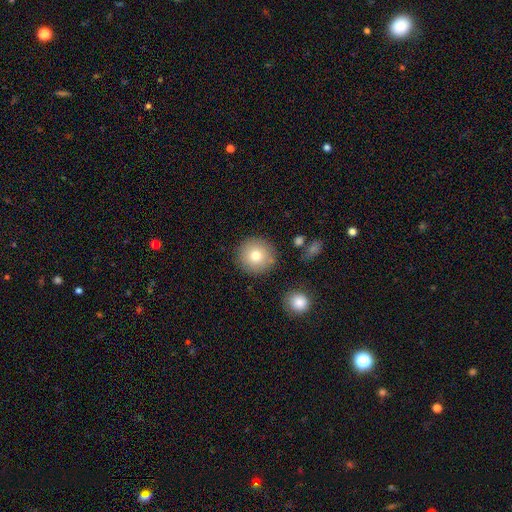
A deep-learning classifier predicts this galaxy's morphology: This is likely a smooth galaxy (78%). How rounded: clearly round (95%). Merging: clearly none (85%).